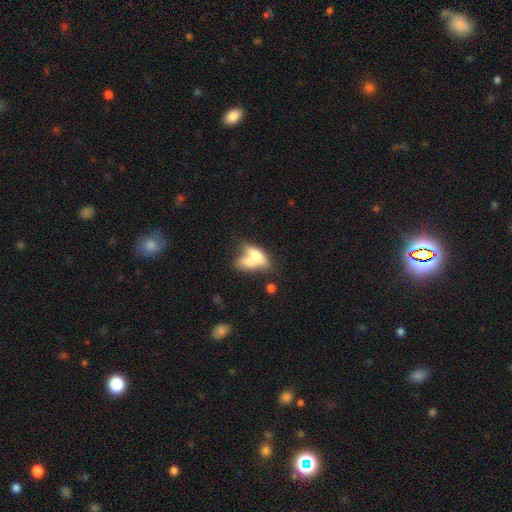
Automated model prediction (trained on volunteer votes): This is likely a smooth galaxy (66%). How rounded: likely in between (74%). Merging: likely merger (64%).